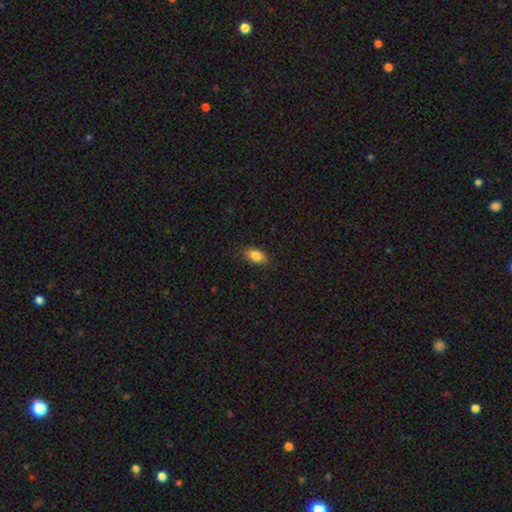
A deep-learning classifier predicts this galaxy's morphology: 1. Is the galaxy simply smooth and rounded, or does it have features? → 84% smooth, 8% star or artifact, 8% featured or disk.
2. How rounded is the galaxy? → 89% in between, 8% round, 4% cigar-shaped.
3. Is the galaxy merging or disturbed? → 86% none, 11% minor disturbance, 2% major disturbance, 1% merger.